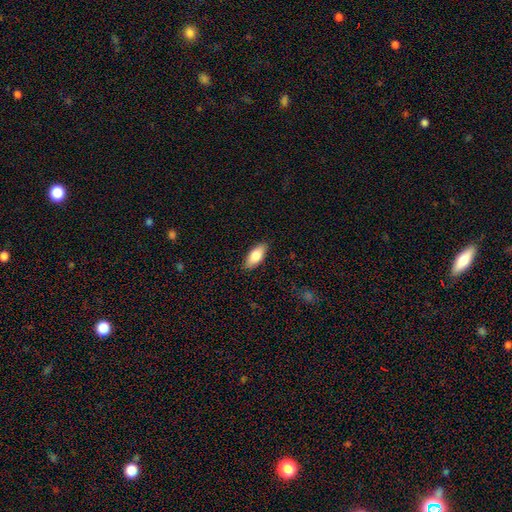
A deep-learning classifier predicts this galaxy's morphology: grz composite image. It shows a smooth galaxy with no disk features (81%) that is in between round and cigar-shaped (84%). Merging: none (87%).